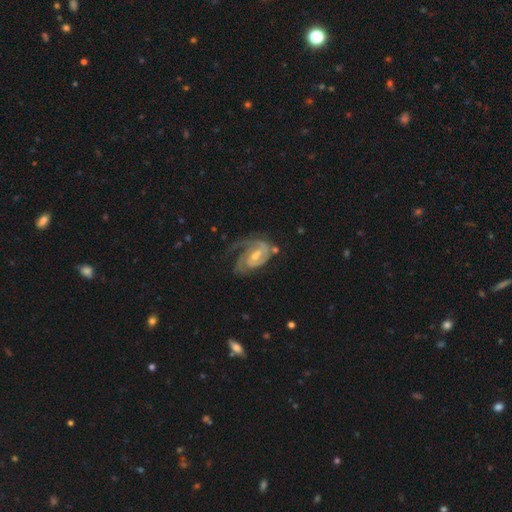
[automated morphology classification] This is clearly a featured or disk galaxy (88%). It is clearly not viewed edge-on (97%). Bar: possibly weak (52%). Spiral arm pattern: clearly yes (96%). Spiral arm count: possibly 2 (51%). Spiral winding: possibly tight (46%). Central bulge: possibly moderate (53%). Merging: marginally none (44%).